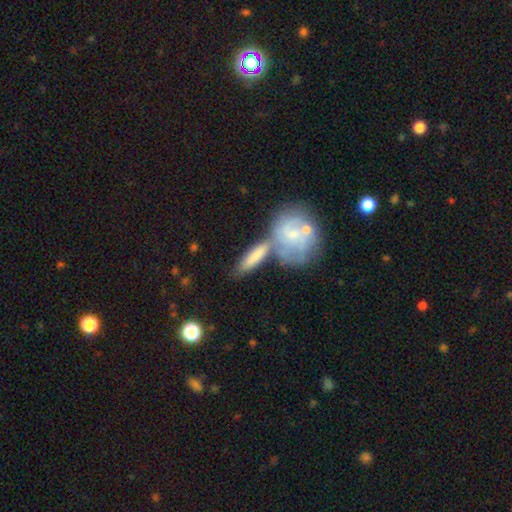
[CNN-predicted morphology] Smooth or featured?
  - smooth: 65% *
  - featured or disk: 29%
  - star or artifact: 6%
How rounded?
  - cigar-shaped: 53% *
  - in between: 40%
  - round: 6%
Merging?
  - none: 42% *
  - merger: 39%
  - minor disturbance: 14%
  - major disturbance: 6%